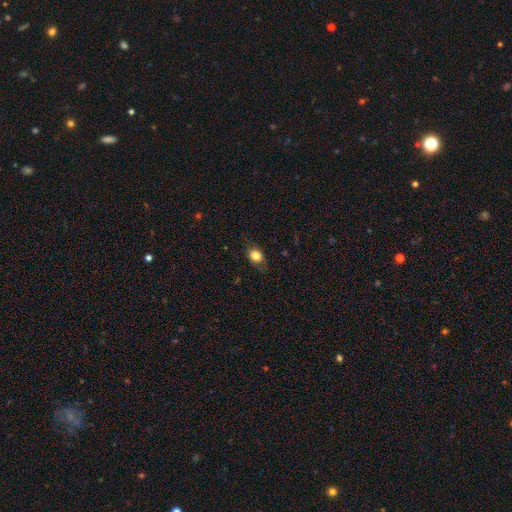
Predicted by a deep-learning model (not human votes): Smooth or featured? smooth (82%)
How rounded? in between (55%)
Merging? none (77%)